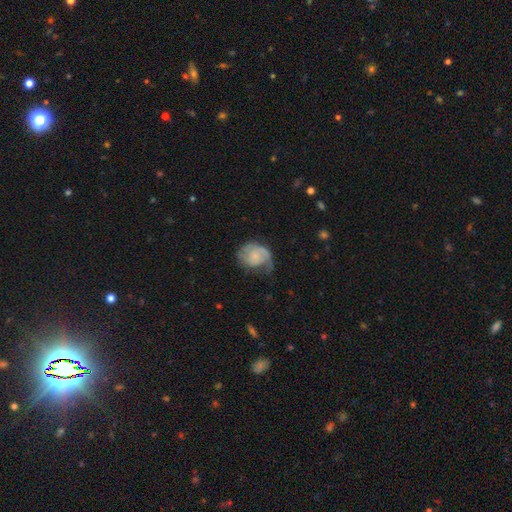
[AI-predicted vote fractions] Morphology: type=featured or disk (56%); edge-on=no (98%); bar=no (75%); spiral arms=yes (82%); bulge=small (60%); merging=none (38%).